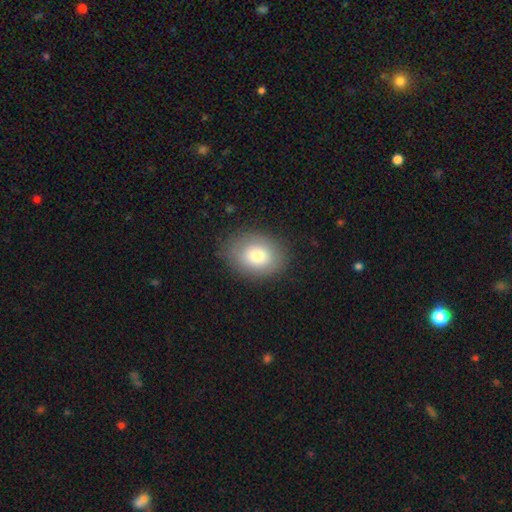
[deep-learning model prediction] This appears to be a smooth galaxy with no disk features (76%) that is in between round and cigar-shaped (64%). Merging: none (83%).